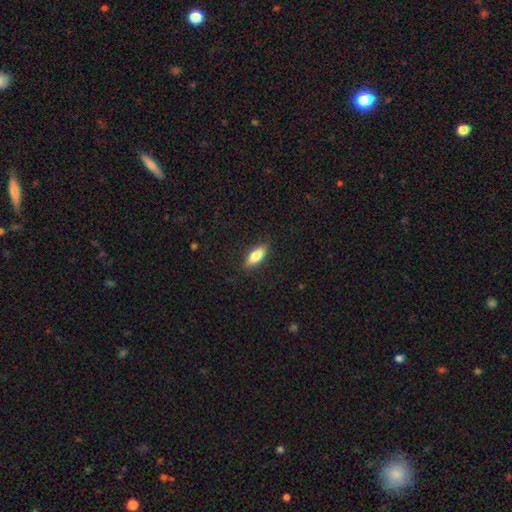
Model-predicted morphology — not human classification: smooth 81%, featured or disk 13%, star or artifact 6%. Down the decision tree: how rounded — in between (75%); merging — none (87%).